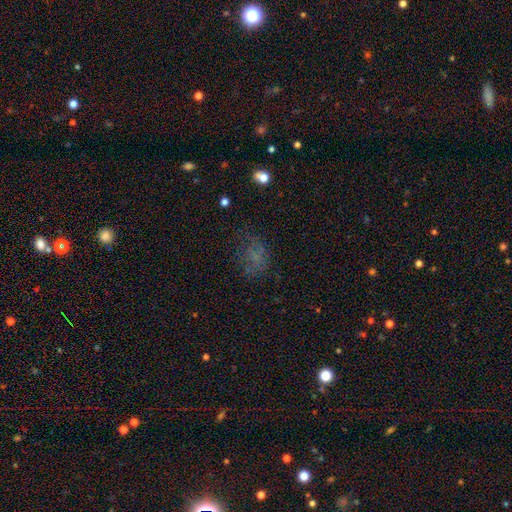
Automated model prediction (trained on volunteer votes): This appears to be a smooth galaxy with no disk features (50%). Merging: none (53%).